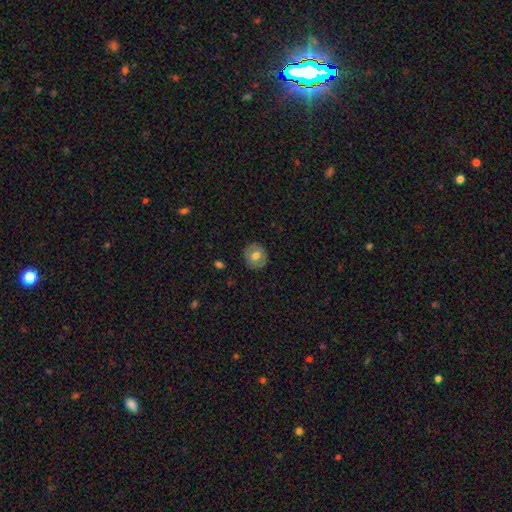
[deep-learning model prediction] smooth 64%, featured or disk 28%, star or artifact 8%. Down the decision tree: how rounded — round (85%); merging — none (88%).